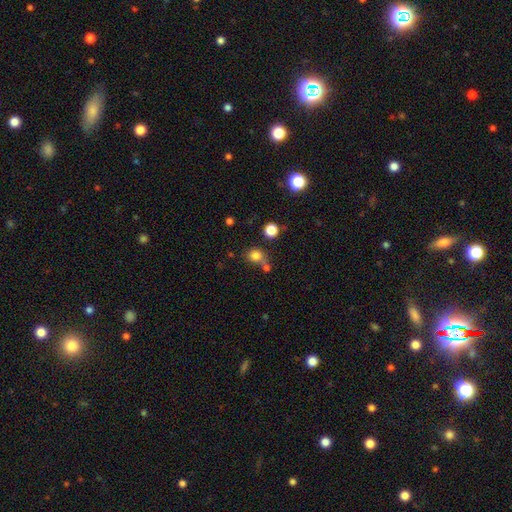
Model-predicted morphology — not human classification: Overall: smooth (80%). How rounded: round (76%). Merging: none (54%; merger 28%).